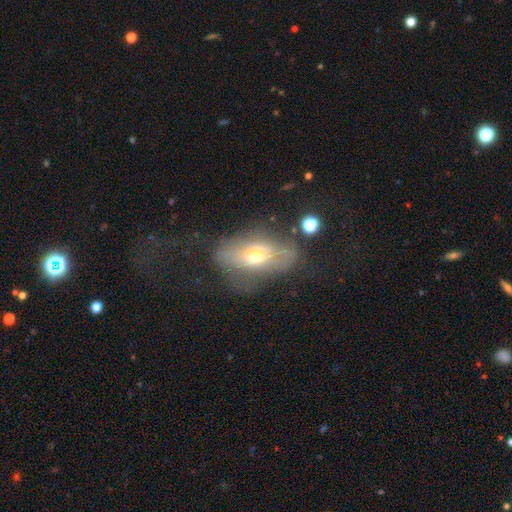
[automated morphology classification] Smooth or featured? featured or disk (45%)
Merging? none (41%)